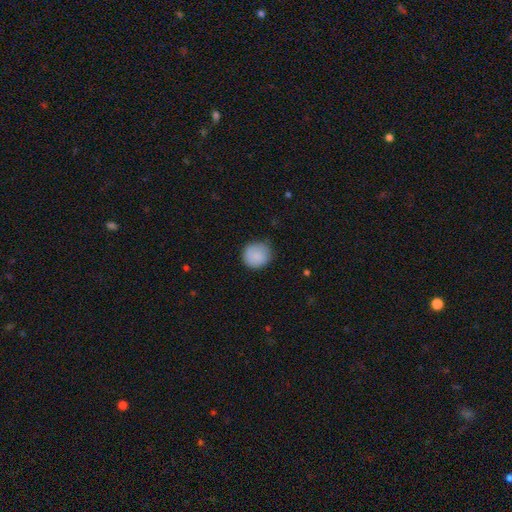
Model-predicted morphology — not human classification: This is clearly a smooth galaxy (87%). How rounded: clearly round (89%). Merging: likely none (79%).